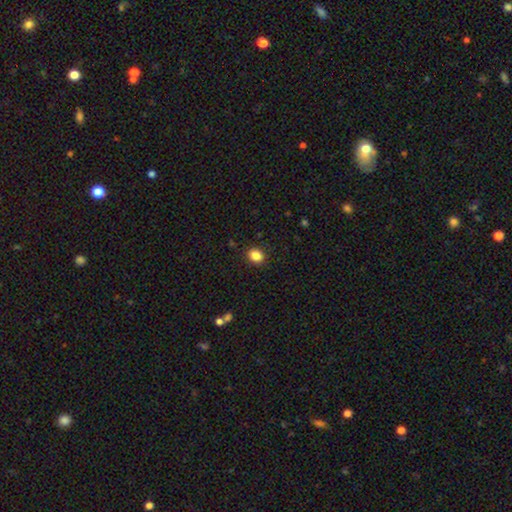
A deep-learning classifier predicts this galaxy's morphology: smooth_or_featured: smooth (p=0.86) [alt: star or artifact p=0.10]
how_rounded: round (p=0.53) [alt: in between p=0.46]
merging: none (p=0.89) [alt: minor disturbance p=0.07]